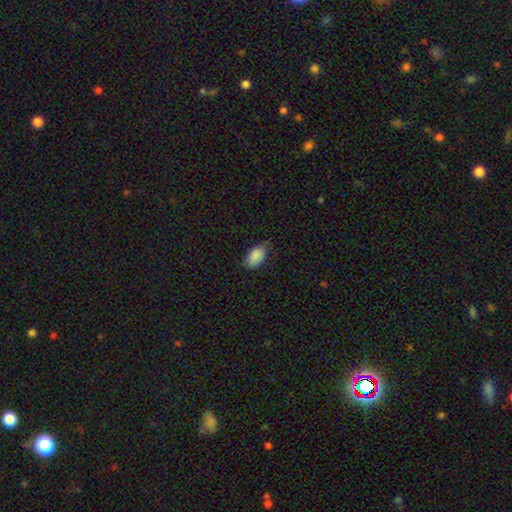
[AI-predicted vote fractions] Morphology: type=smooth (88%); roundness=in between (94%); merging=none (72%).